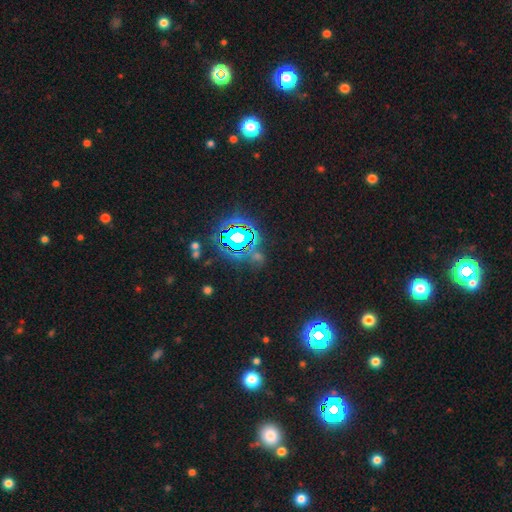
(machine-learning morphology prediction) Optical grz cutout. It shows a star or artifact, not a galaxy (77%).